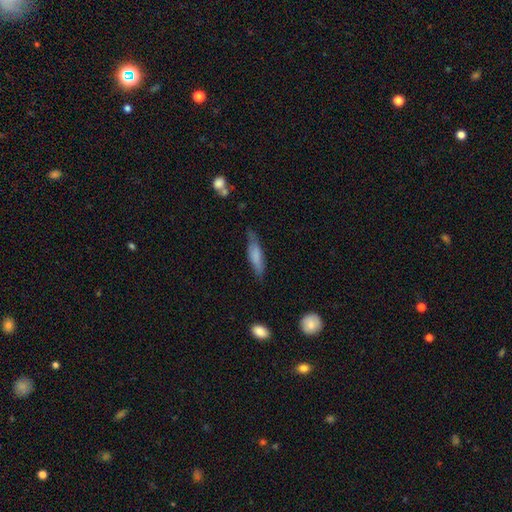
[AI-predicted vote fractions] This appears to be a smooth galaxy with no disk features (69%) that is cigar-shaped (69%). Merging: none (67%).